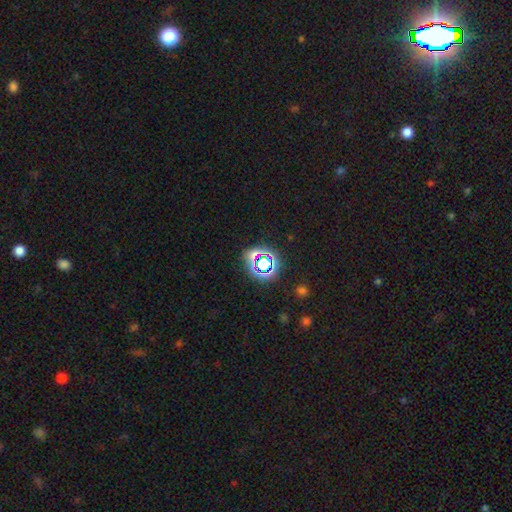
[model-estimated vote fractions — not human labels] Smooth or featured: star or artifact — 62% (smooth — 27%)